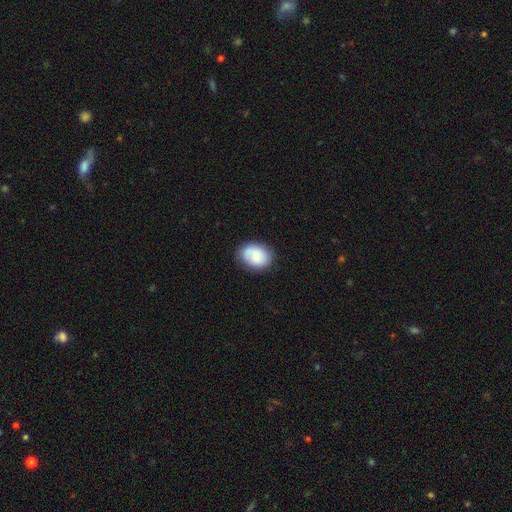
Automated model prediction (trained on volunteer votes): The model was most divided on "how rounded": in between: 68%, round: 31%, cigar-shaped: 1%. More confident: merging — none (75%); smooth or featured — smooth (74%).